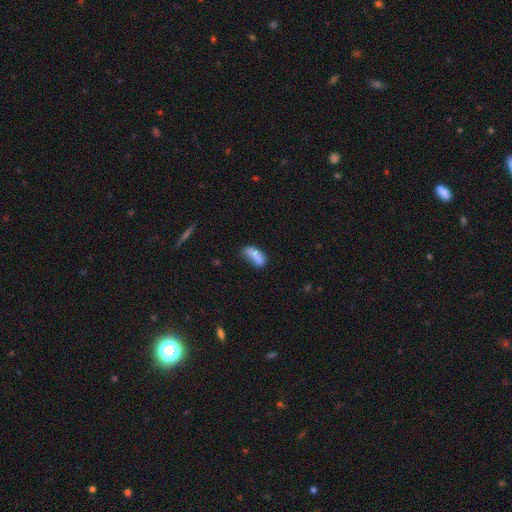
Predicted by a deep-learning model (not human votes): Q: Smooth or featured?
A: smooth (76%); runner-up: featured or disk (15%)
Q: How rounded?
A: in between (74%); runner-up: cigar-shaped (23%)
Q: Merging?
A: none (37%); runner-up: minor disturbance (31%)